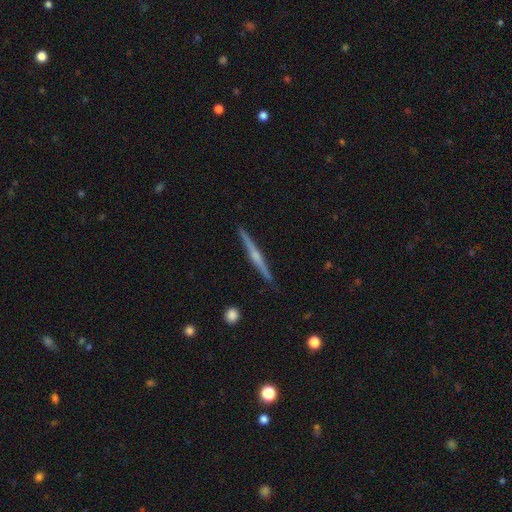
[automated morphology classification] This appears to be a featured or disk galaxy (75%) viewed edge-on (98%) with a rounded central bulge (72%). Merging: none (91%).